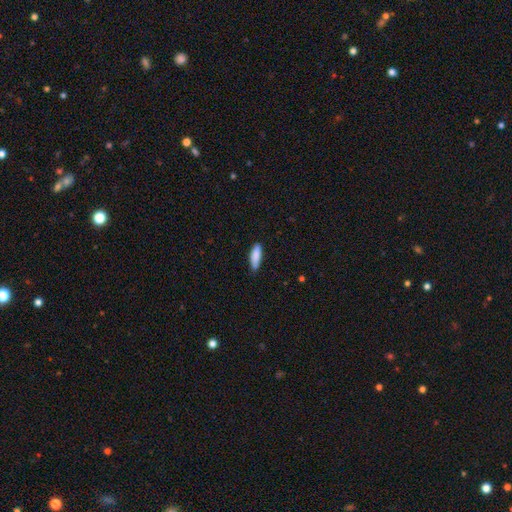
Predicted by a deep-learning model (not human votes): A smooth galaxy with no disk features (87%) that is in between round and cigar-shaped (52%). Merging: none (80%).